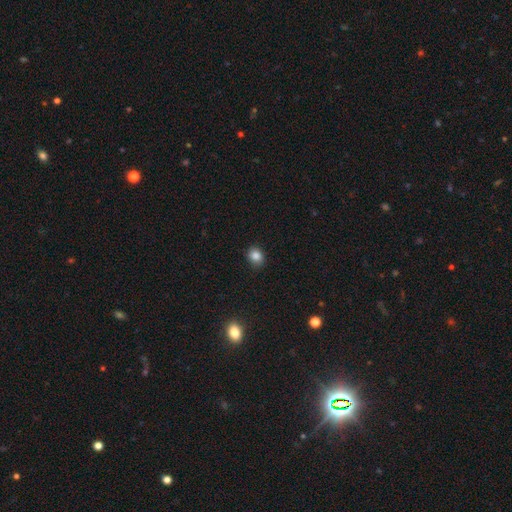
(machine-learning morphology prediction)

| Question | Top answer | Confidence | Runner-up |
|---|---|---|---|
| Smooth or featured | smooth | 84% | star or artifact (11%) |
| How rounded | round | 62% | in between (38%) |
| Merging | none | 83% | minor disturbance (13%) |